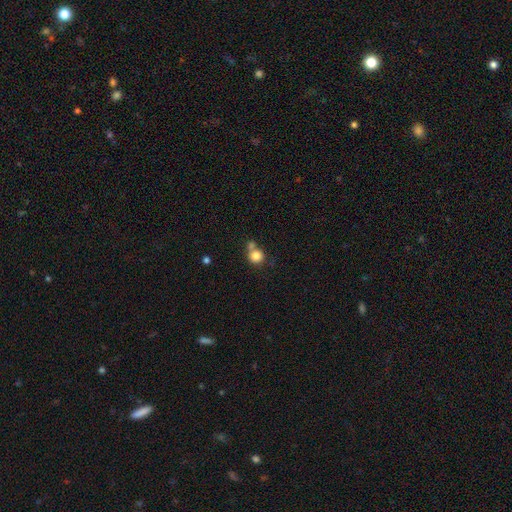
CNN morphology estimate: Q: Smooth or featured?
A: smooth (82%); runner-up: star or artifact (10%)
Q: How rounded?
A: round (88%); runner-up: in between (11%)
Q: Merging?
A: none (49%); runner-up: merger (37%)